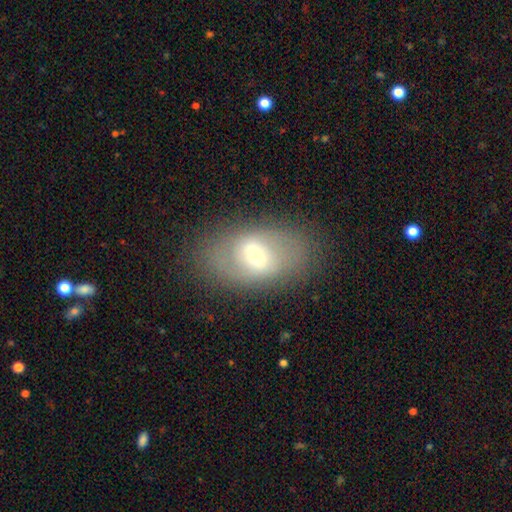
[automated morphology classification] Smooth or featured: featured or disk — 48% (smooth — 41%)
Merging: none — 79% (minor disturbance — 13%)